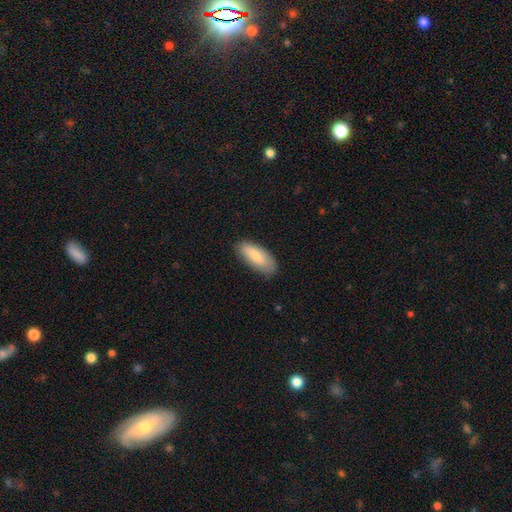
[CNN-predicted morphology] This is likely a smooth galaxy (80%). How rounded: likely in between (79%). Merging: likely none (80%).